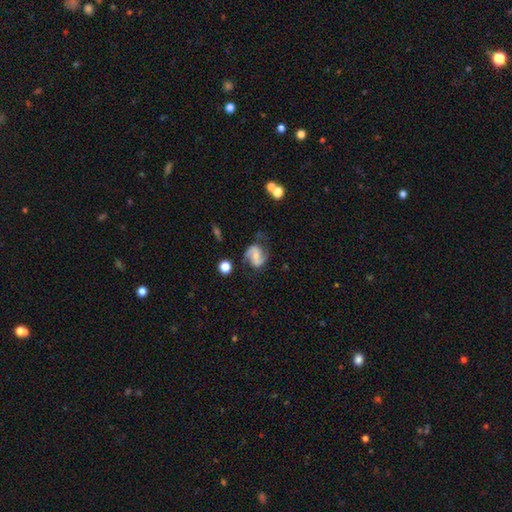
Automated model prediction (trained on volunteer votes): Smooth or featured? featured or disk (83%)
Edge-on disk? no (98%)
Bar? weak (42%)
Spiral arms? yes (96%)
Spiral winding? medium (50%)
Spiral arm count? 2 (92%)
Bulge size? small (50%)
Merging? none (73%)